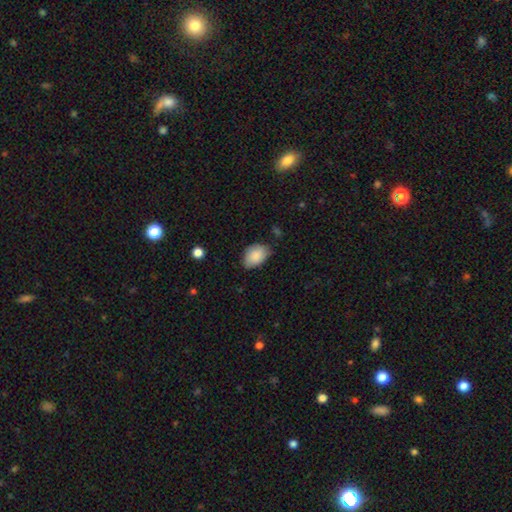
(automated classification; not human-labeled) The model was most divided on "merging": none: 67%, minor disturbance: 27%, major disturbance: 4%, merger: 2%. More confident: how rounded — in between (87%); smooth or featured — smooth (86%).